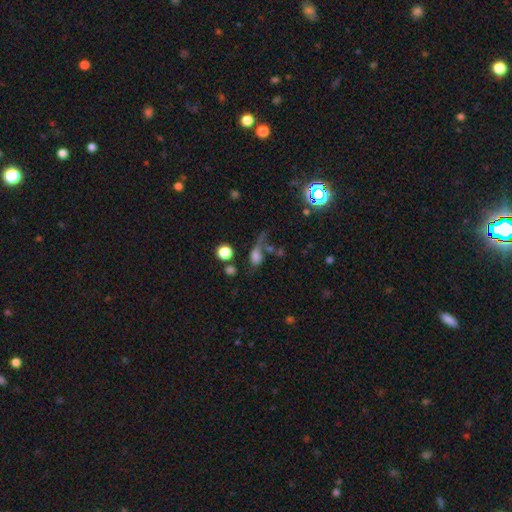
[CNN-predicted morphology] Smooth or featured? Predicted: smooth (p=0.62). How rounded? Predicted: in between (p=0.59). Merging? Predicted: major disturbance (p=0.35).